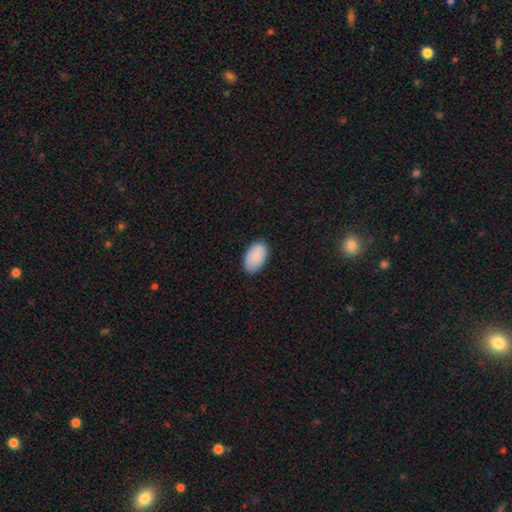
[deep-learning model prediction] This appears to be a smooth galaxy with no disk features (87%) that is in between round and cigar-shaped (93%). Merging: none (84%).